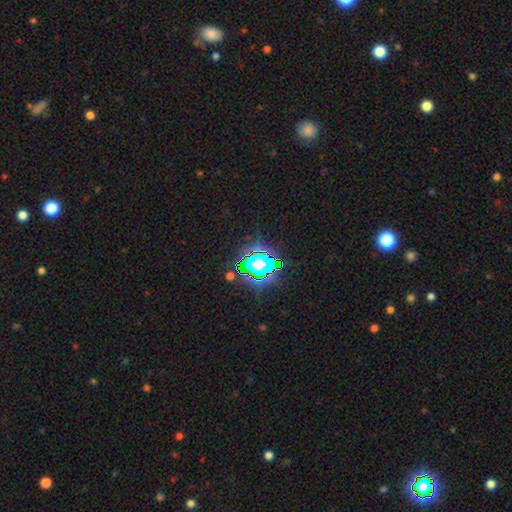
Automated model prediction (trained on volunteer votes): This appears to be a star or artifact, not a galaxy (76%).